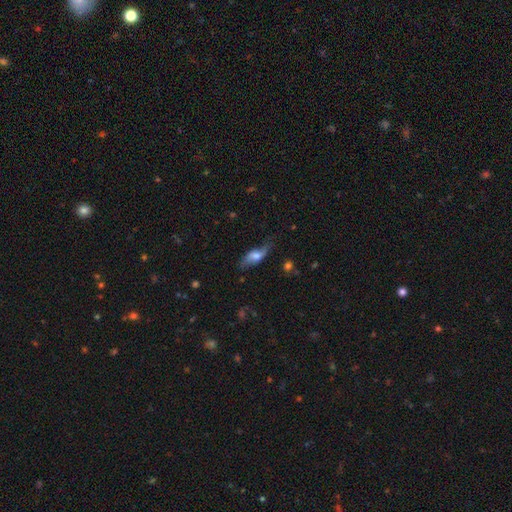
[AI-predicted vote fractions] Smooth or featured? Predicted: smooth (p=0.47). Merging? Predicted: none (p=0.63).